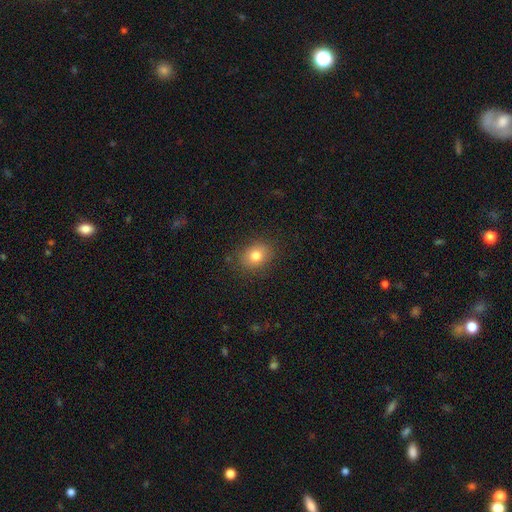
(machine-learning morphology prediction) This appears to be a smooth galaxy with no disk features (79%) that is round (54%). Merging: none (85%).